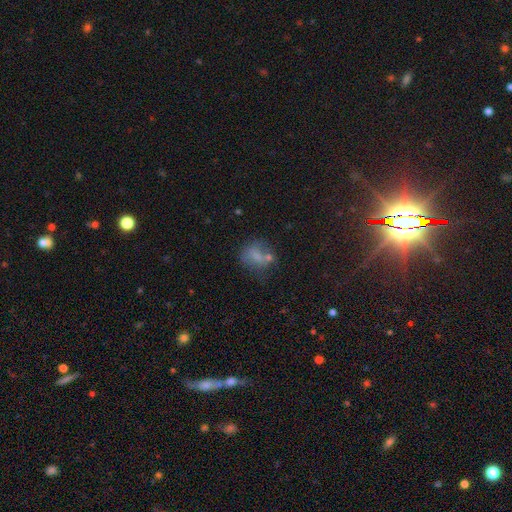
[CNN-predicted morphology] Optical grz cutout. It shows a smooth galaxy with no disk features (63%) that is in between round and cigar-shaped (49%). Merging: none (39%).